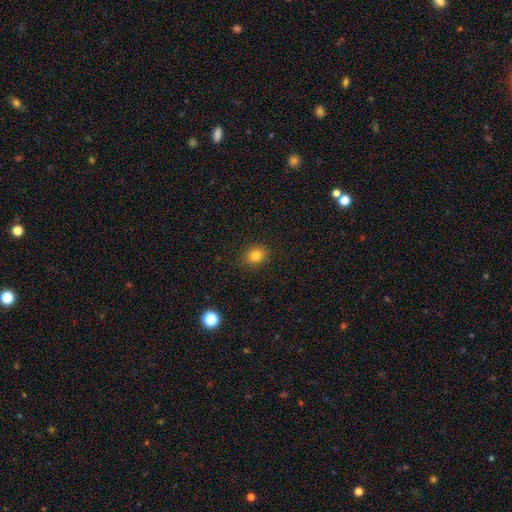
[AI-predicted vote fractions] A smooth galaxy with no disk features (82%) that is round (61%). Merging: none (89%).